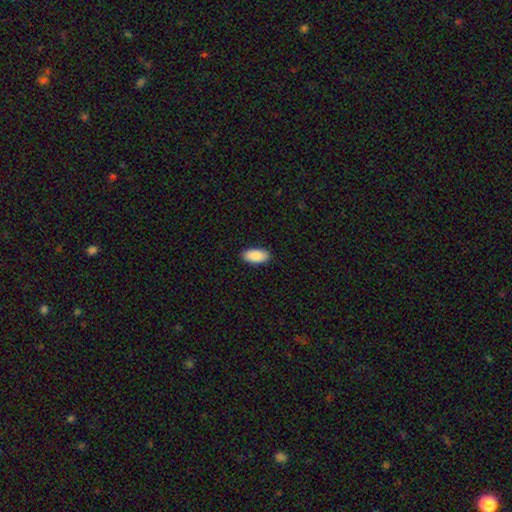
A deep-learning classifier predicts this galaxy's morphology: A smooth galaxy with no disk features (90%) that is in between round and cigar-shaped (94%).

Vote fractions:
- Smooth or featured? smooth: 90% / star or artifact: 6% / featured or disk: 4%
- How rounded? in between: 94% / cigar-shaped: 4% / round: 2%
- Merging? none: 90% / minor disturbance: 7% / major disturbance: 2% / merger: 1%